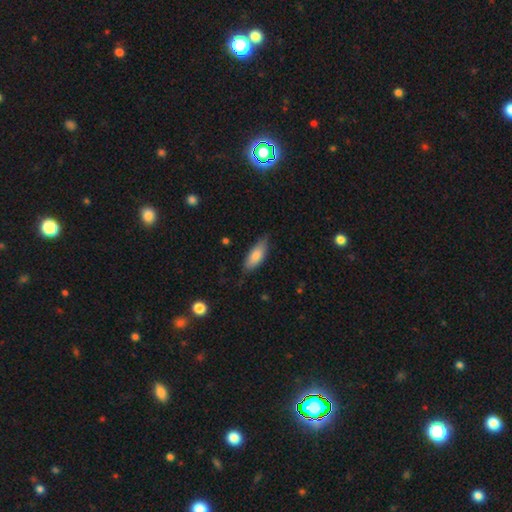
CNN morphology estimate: Smooth or featured? smooth (80%)
How rounded? in between (72%)
Merging? none (73%)